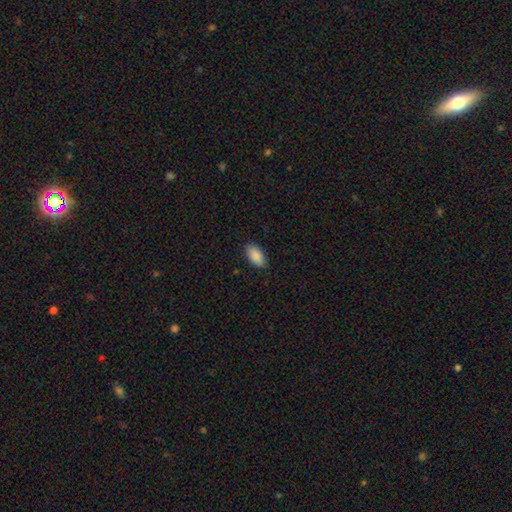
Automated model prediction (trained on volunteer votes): Smooth or featured: smooth — 90% (star or artifact — 6%)
How rounded: in between — 95% (cigar-shaped — 3%)
Merging: none — 88% (minor disturbance — 9%)